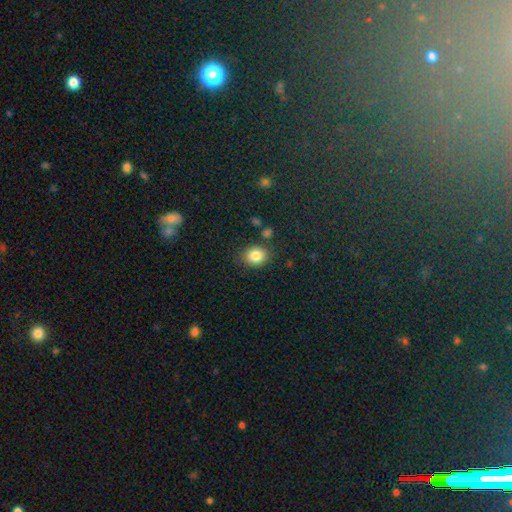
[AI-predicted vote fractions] Smooth or featured: smooth — 83% (star or artifact — 10%)
How rounded: round — 61% (in between — 38%)
Merging: none — 82% (minor disturbance — 11%)